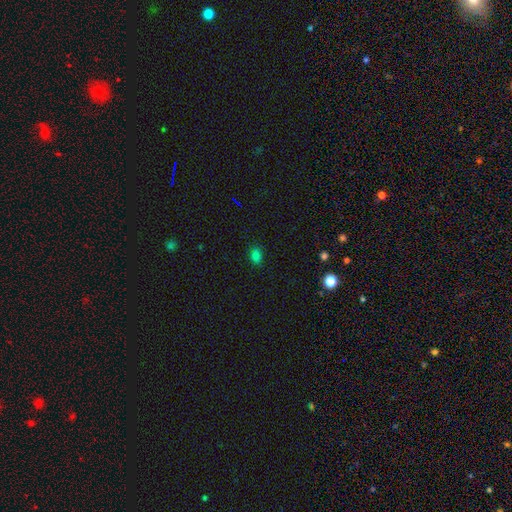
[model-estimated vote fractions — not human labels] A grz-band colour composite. It shows a smooth galaxy with no disk features (79%) that is in between round and cigar-shaped (77%). Merging: none (86%).